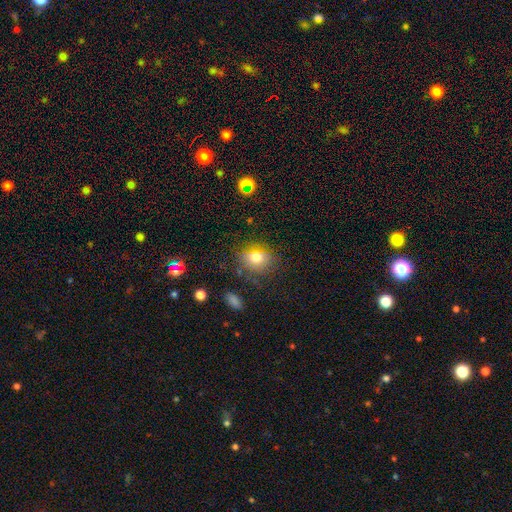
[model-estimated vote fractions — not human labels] Smooth or featured? smooth (73%)
How rounded? round (55%)
Merging? none (77%)